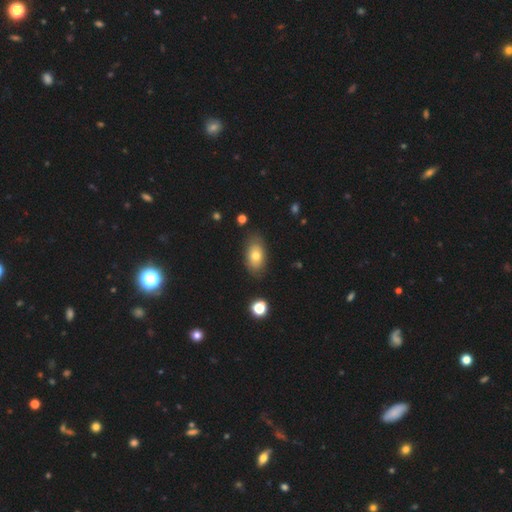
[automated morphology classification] type=smooth (72%); roundness=in between (89%); merging=none (82%).